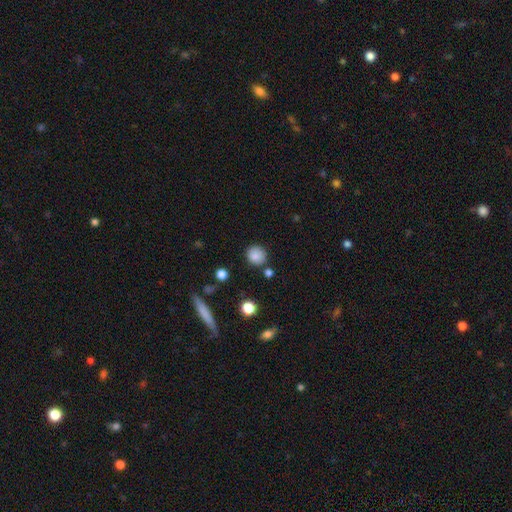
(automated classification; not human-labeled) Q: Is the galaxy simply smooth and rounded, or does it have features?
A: smooth — 84%.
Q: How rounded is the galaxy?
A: round — 88%.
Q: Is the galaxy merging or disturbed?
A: none — 82%.